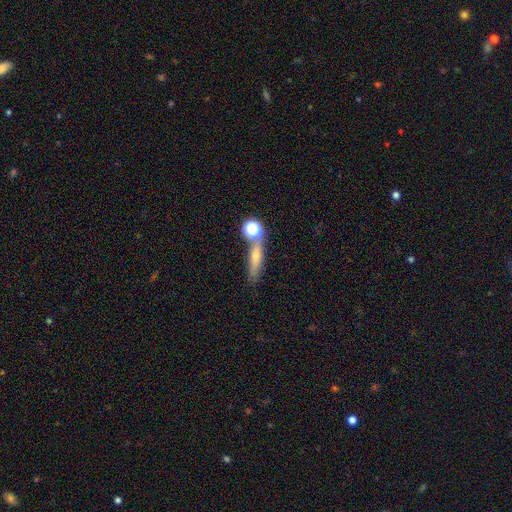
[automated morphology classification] smooth-or-featured: smooth: 46% | featured or disk: 39% | star or artifact: 15%
  merging: none: 66% | merger: 17% | minor disturbance: 12% | major disturbance: 5%